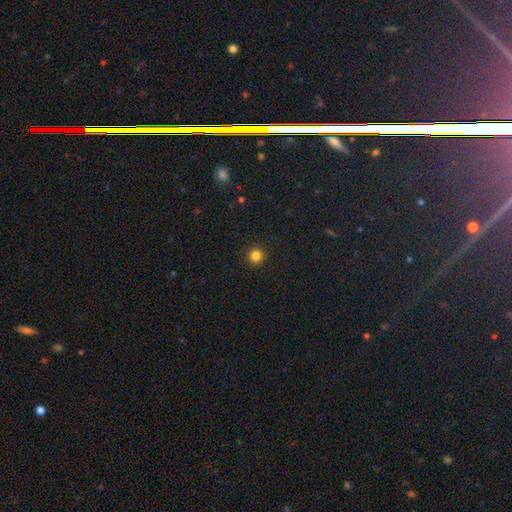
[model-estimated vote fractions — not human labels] Q: Smooth or featured?
A: smooth (83%); runner-up: star or artifact (13%)
Q: How rounded?
A: round (96%); runner-up: in between (3%)
Q: Merging?
A: none (93%); runner-up: minor disturbance (4%)